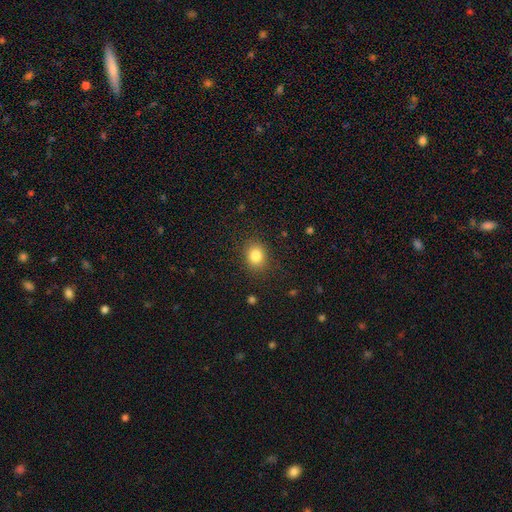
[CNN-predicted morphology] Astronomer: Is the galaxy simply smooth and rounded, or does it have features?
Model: smooth — 83%.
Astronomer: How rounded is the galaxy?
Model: round — 58% (runner-up: in between, 41%).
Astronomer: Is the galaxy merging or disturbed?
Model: none — 86%.